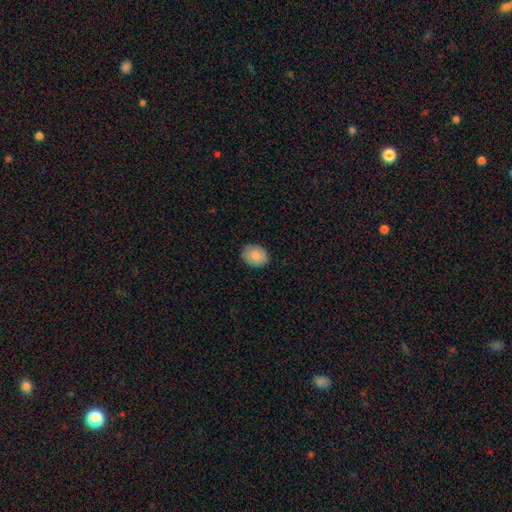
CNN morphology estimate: type=smooth (88%); roundness=in between (55%); merging=none (87%).